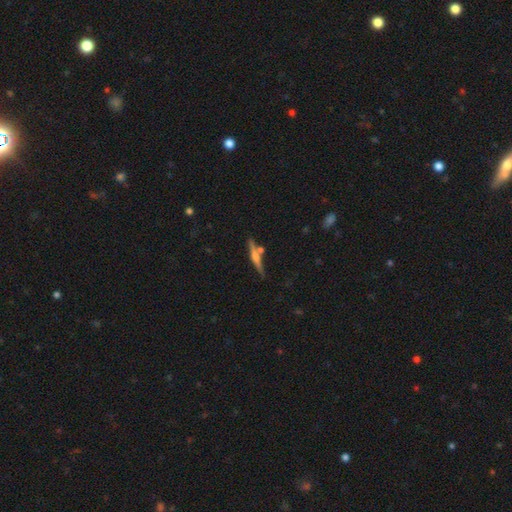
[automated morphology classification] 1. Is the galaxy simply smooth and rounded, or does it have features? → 60% featured or disk, 33% smooth, 7% star or artifact.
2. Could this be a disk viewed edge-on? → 97% yes, 3% no.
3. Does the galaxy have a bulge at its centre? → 73% rounded, 16% none, 11% boxy.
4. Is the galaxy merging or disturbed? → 77% none, 11% minor disturbance, 9% merger, 3% major disturbance.